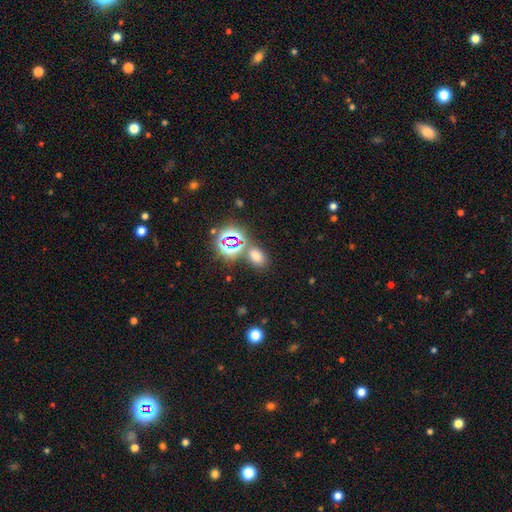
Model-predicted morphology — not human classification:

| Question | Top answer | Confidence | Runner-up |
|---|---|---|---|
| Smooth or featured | smooth | 63% | star or artifact (31%) |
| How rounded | in between | 74% | round (25%) |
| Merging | none | 73% | merger (12%) |